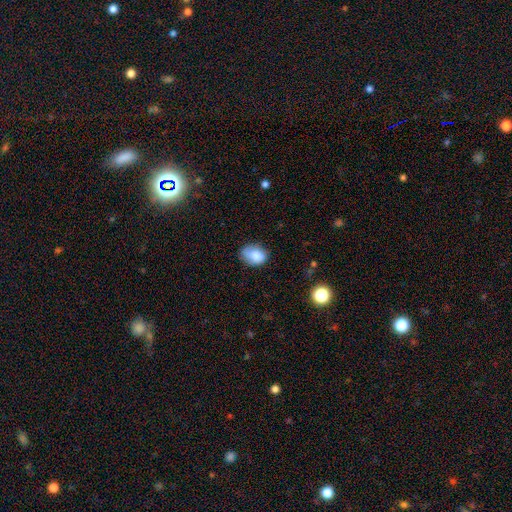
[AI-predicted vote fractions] smooth 82%, featured or disk 10%, star or artifact 8%. Down the decision tree: how rounded — in between (72%); merging — none (62%).